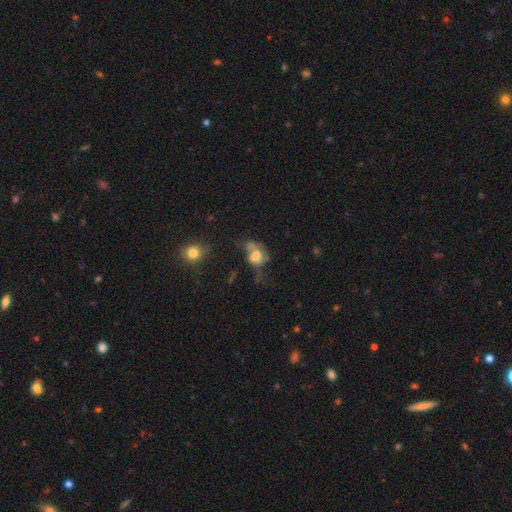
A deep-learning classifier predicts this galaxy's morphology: Overall: smooth (55%; featured or disk 33%). How rounded: in between (65%; round 33%). Merging: major disturbance (38%; none 23%).